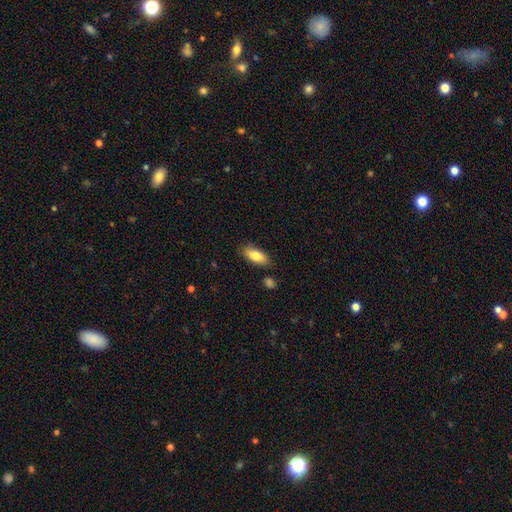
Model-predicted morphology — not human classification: smooth 81%, featured or disk 13%, star or artifact 7%. Down the decision tree: how rounded — in between (84%); merging — none (82%).